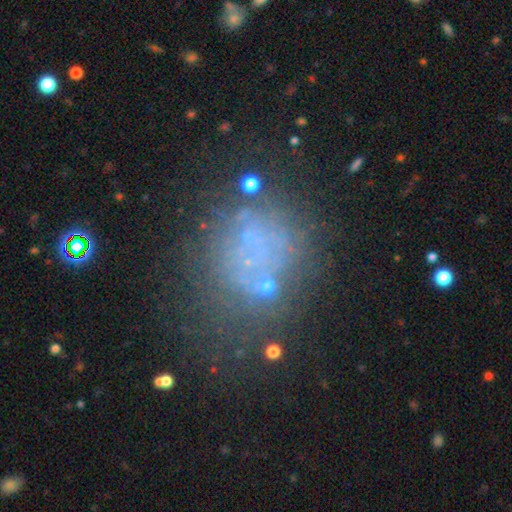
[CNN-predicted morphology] type=star or artifact (36%).